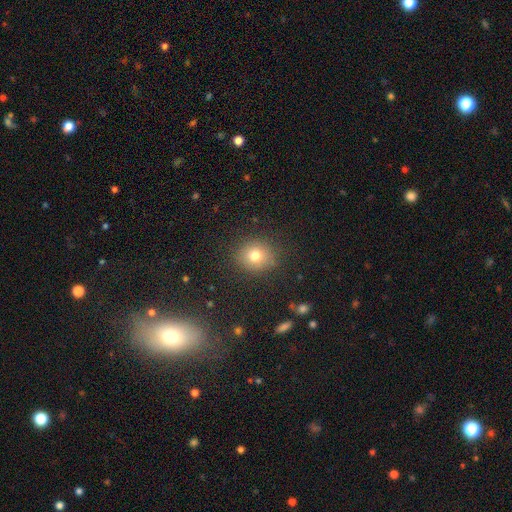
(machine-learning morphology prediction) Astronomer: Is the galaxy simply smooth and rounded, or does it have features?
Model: smooth — 76%.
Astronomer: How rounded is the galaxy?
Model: round — 82%.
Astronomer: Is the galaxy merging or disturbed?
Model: none — 86%.